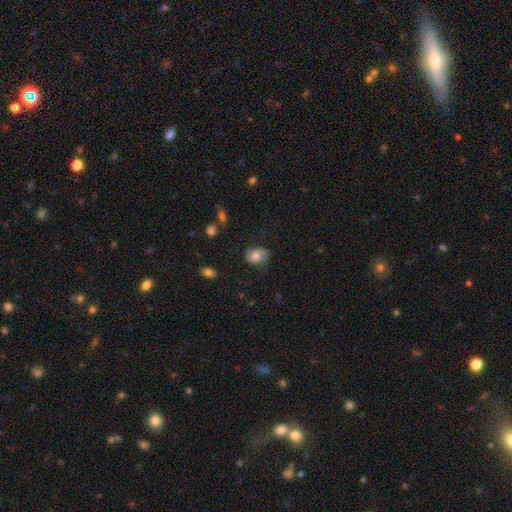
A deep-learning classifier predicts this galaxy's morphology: Smooth or featured? Predicted: smooth (p=0.60). How rounded? Predicted: in between (p=0.66). Merging? Predicted: none (p=0.61).